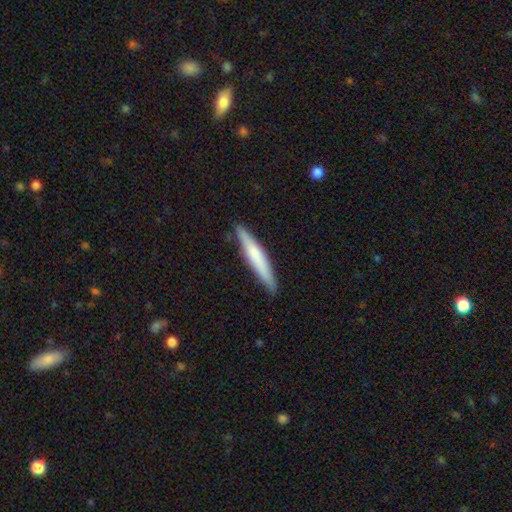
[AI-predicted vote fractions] smooth 61%, featured or disk 34%, star or artifact 5%. Down the decision tree: how rounded — cigar-shaped (94%); merging — none (88%).